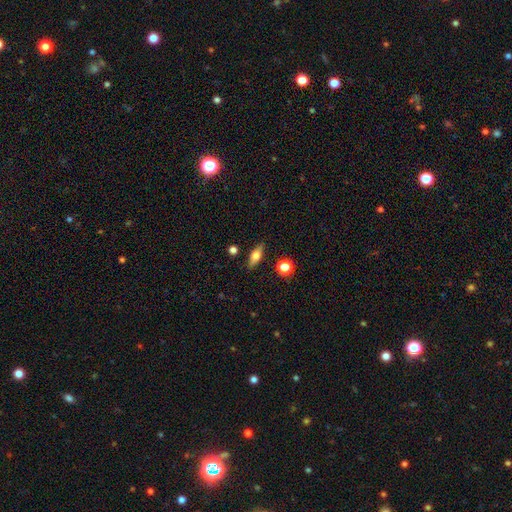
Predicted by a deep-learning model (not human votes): Overall: smooth (57%; featured or disk 35%). How rounded: in between (60%; cigar-shaped 33%). Merging: none (86%).